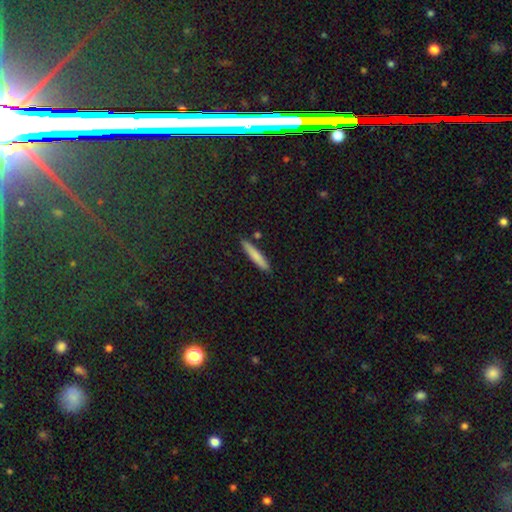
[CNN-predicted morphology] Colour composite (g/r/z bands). It shows a smooth galaxy with no disk features (78%) that is cigar-shaped (91%). Merging: none (85%).